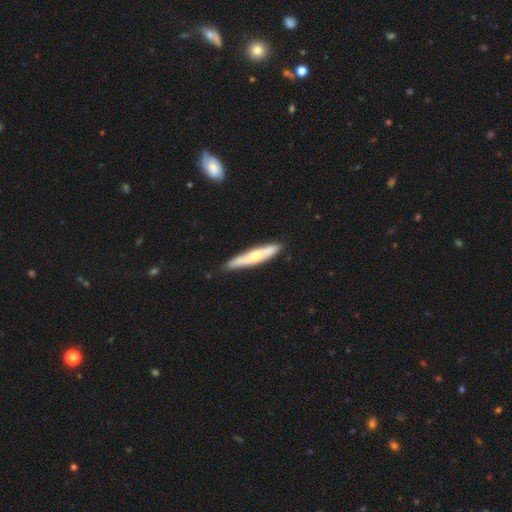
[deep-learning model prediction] This appears to be a smooth galaxy with no disk features (52%) that is cigar-shaped (90%). Merging: none (82%).